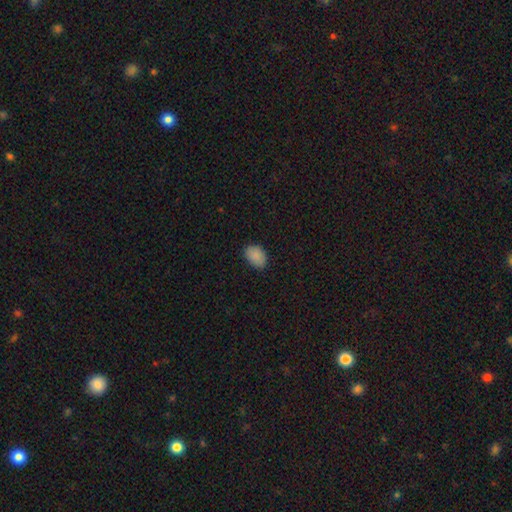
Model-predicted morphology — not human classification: Smooth or featured? Predicted: smooth (p=0.88). How rounded? Predicted: in between (p=0.78). Merging? Predicted: none (p=0.81).